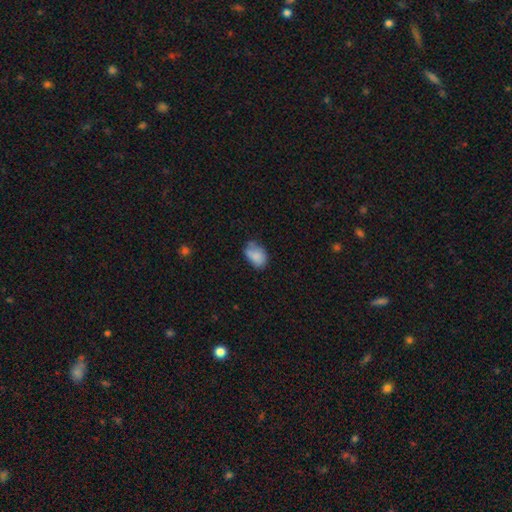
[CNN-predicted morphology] This appears to be a smooth galaxy with no disk features (81%) that is in between round and cigar-shaped (85%). Merging: none (52%).